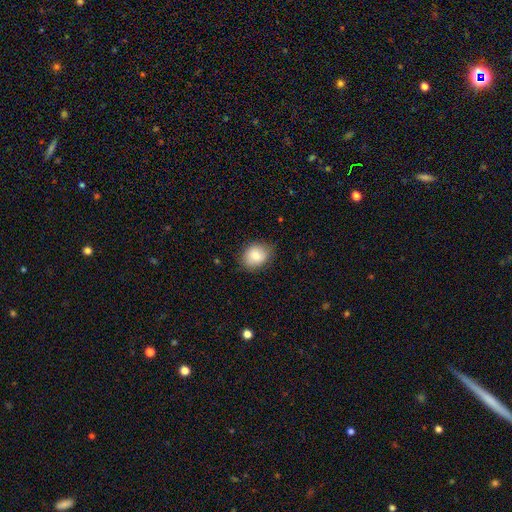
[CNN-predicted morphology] Q: Smooth or featured?
A: smooth (81%); runner-up: featured or disk (11%)
Q: How rounded?
A: round (54%); runner-up: in between (45%)
Q: Merging?
A: none (79%); runner-up: minor disturbance (17%)